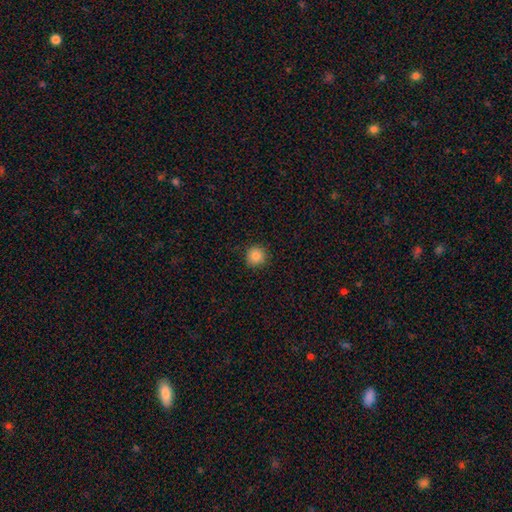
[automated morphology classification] This is clearly a smooth galaxy (85%). How rounded: clearly round (94%). Merging: clearly none (90%).